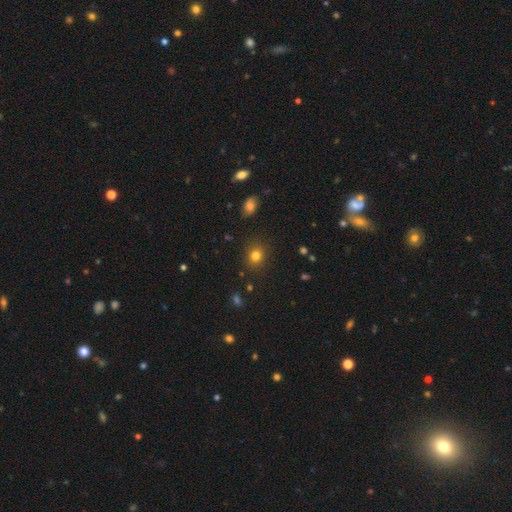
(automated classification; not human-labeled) Smooth or featured?
  - smooth: 80% *
  - star or artifact: 13%
  - featured or disk: 6%
How rounded?
  - round: 72% *
  - in between: 27%
  - cigar-shaped: 1%
Merging?
  - none: 88% *
  - minor disturbance: 8%
  - major disturbance: 3%
  - merger: 2%